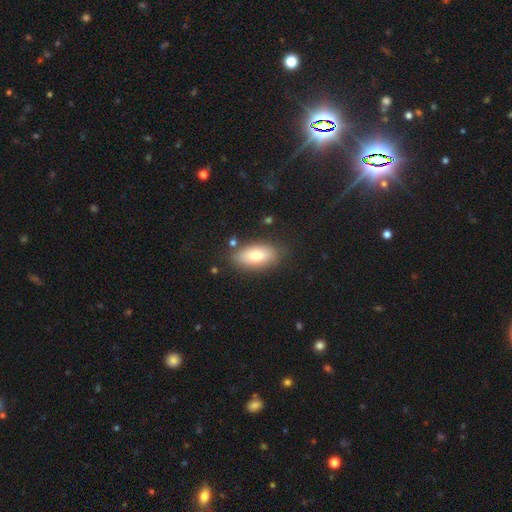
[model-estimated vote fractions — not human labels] A smooth galaxy with no disk features (76%) that is in between round and cigar-shaped (89%).

Vote fractions:
- Smooth or featured? smooth: 76% / featured or disk: 16% / star or artifact: 8%
- How rounded? in between: 89% / cigar-shaped: 7% / round: 4%
- Merging? none: 82% / minor disturbance: 12% / major disturbance: 3% / merger: 3%